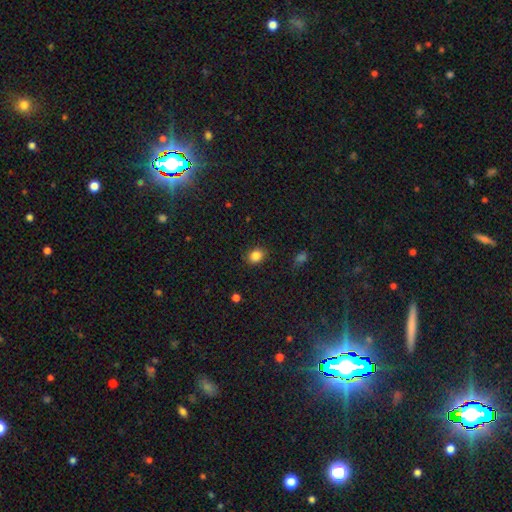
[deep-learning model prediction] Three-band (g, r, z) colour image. It shows a smooth galaxy with no disk features (85%) that is in between round and cigar-shaped (50%). Merging: none (85%).